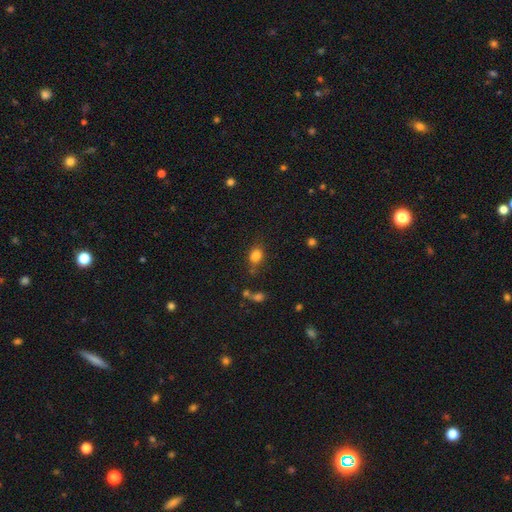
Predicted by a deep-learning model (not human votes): A smooth galaxy with no disk features (80%) that is in between round and cigar-shaped (66%). Merging: none (61%).